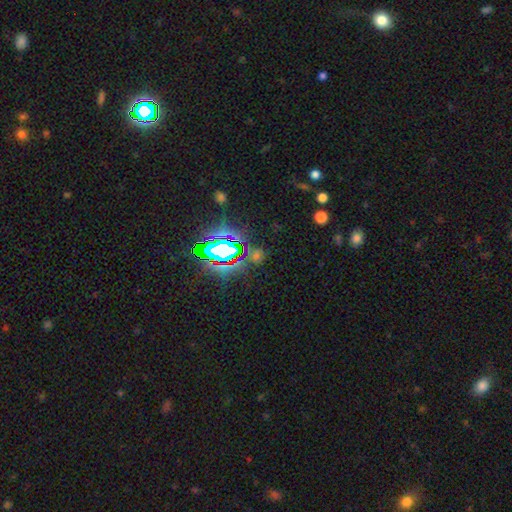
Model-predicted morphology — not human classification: star or artifact 64%, smooth 27%, featured or disk 10%.